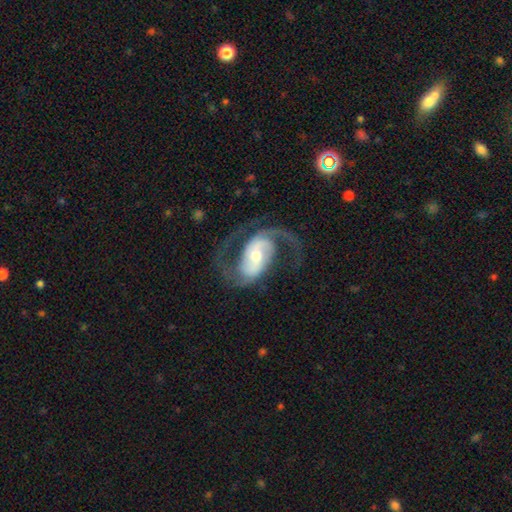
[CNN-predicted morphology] Smooth or featured: featured or disk — 89% (smooth — 6%)
Edge-on disk: no — 97% (yes — 3%)
Bar: weak — 38% (strong — 35%)
Spiral arms: yes — 97% (no — 3%)
Spiral winding: medium — 52% (loose — 35%)
Spiral arm count: 2 — 92% (1 — 2%)
Bulge size: moderate — 54% (small — 35%)
Merging: none — 70% (major disturbance — 15%)